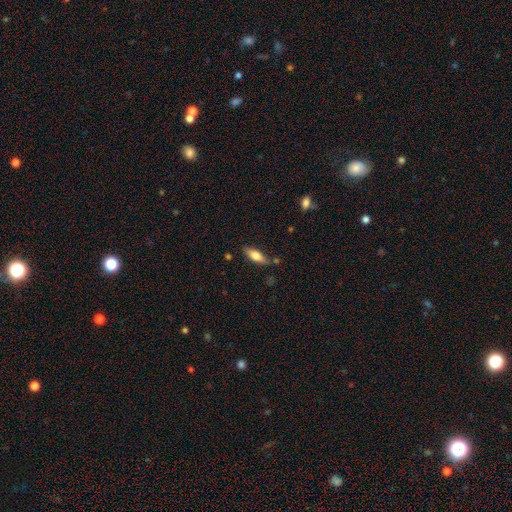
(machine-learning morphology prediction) smooth_or_featured: smooth (p=0.61) [alt: featured or disk p=0.32]
how_rounded: in between (p=0.59) [alt: cigar-shaped p=0.39]
merging: none (p=0.75) [alt: minor disturbance p=0.17]